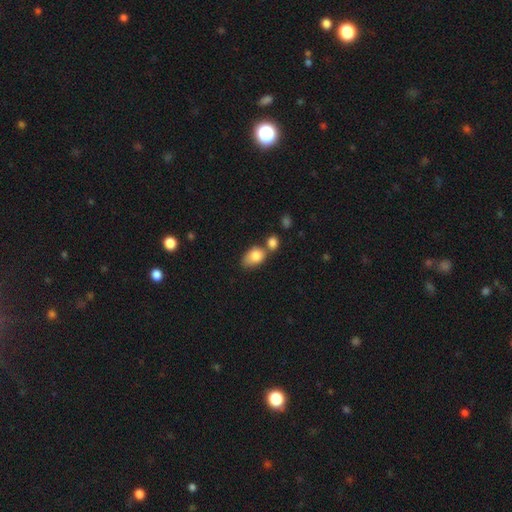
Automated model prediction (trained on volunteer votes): This is clearly a smooth galaxy (82%). How rounded: clearly in between (81%). Merging: marginally merger (39%).